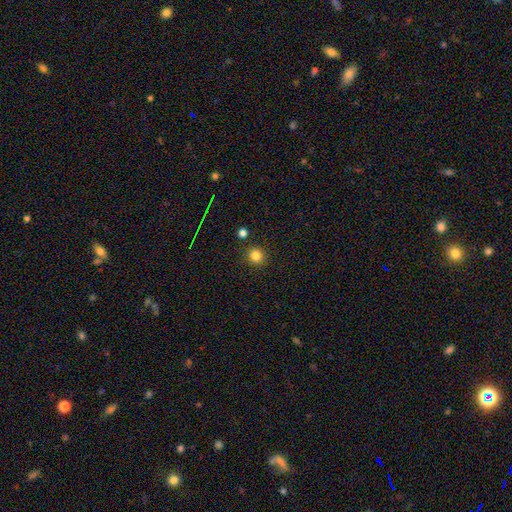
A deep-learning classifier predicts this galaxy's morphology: This is clearly a smooth galaxy (81%). How rounded: clearly round (90%). Merging: clearly none (87%).